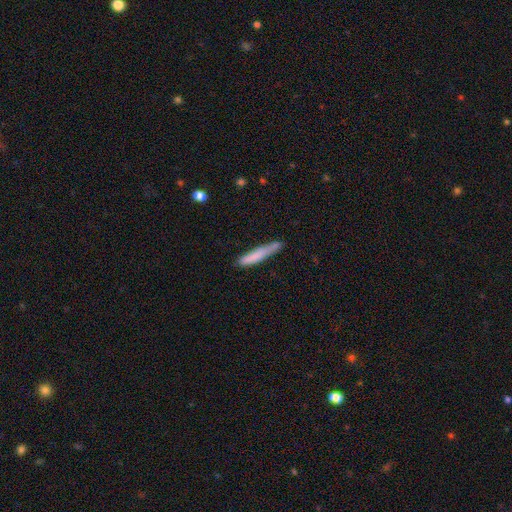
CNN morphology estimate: Q: Smooth or featured?
A: smooth (75%); runner-up: featured or disk (19%)
Q: How rounded?
A: cigar-shaped (93%); runner-up: in between (6%)
Q: Merging?
A: none (65%); runner-up: minor disturbance (25%)